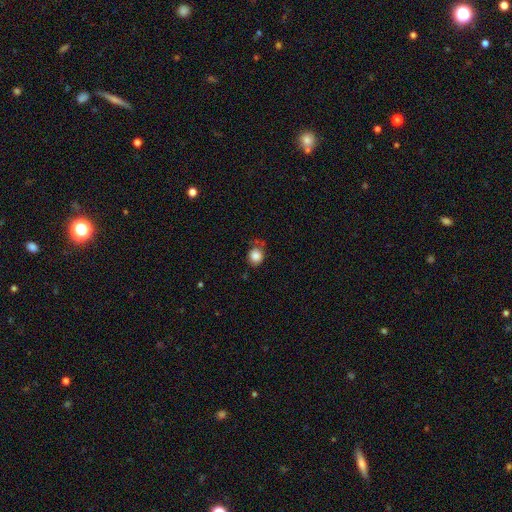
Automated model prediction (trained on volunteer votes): smooth 85%, star or artifact 9%, featured or disk 5%. Down the decision tree: how rounded — round (81%); merging — none (66%).